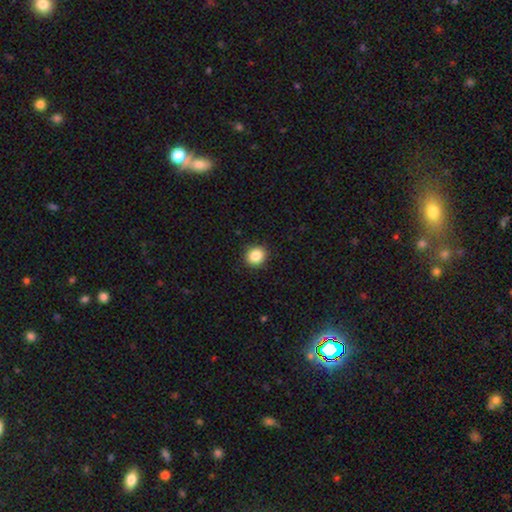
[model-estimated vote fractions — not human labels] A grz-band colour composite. It shows a smooth galaxy with no disk features (86%) that is round (85%). Merging: none (92%).